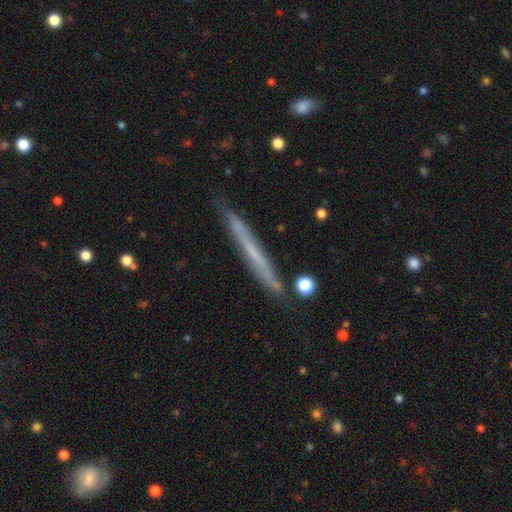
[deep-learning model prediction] Smooth or featured?
  - featured or disk: 49% *
  - smooth: 45%
  - star or artifact: 7%
Merging?
  - none: 84% *
  - minor disturbance: 12%
  - major disturbance: 2%
  - merger: 2%